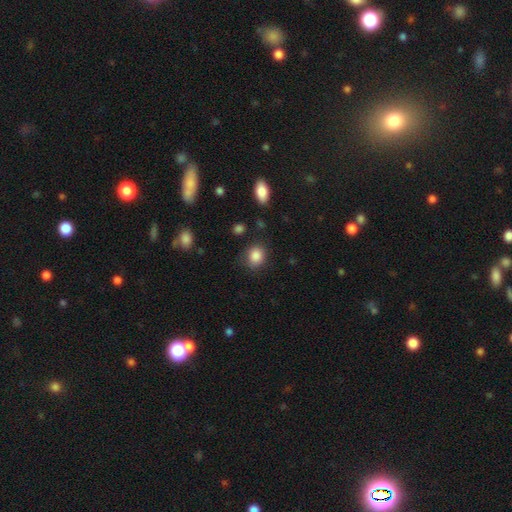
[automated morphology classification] The model was most divided on "how rounded": round: 64%, in between: 35%, cigar-shaped: 1%. More confident: smooth or featured — smooth (88%); merging — none (81%).